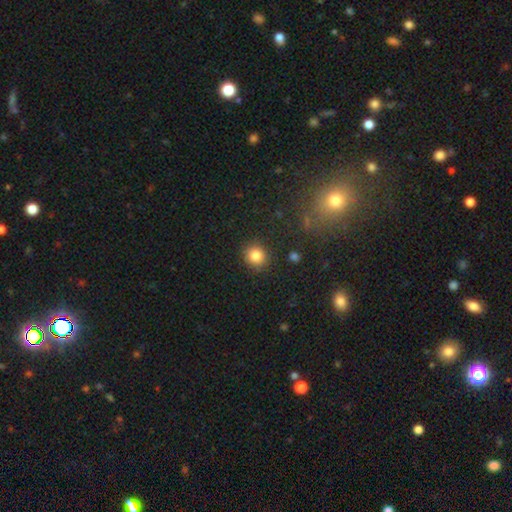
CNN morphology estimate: A smooth galaxy with no disk features (83%) that is round (89%). Merging: none (89%).